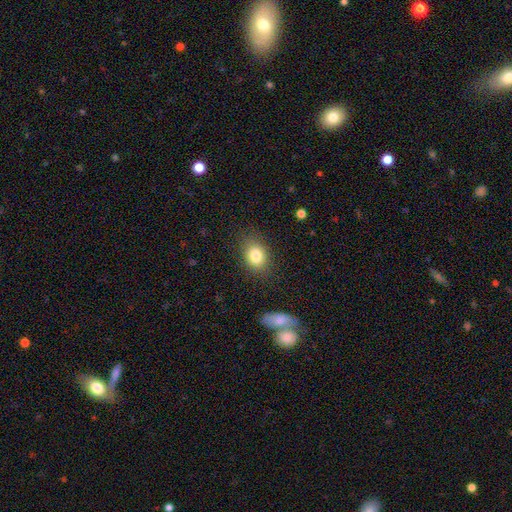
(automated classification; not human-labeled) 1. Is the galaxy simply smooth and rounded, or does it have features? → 82% smooth, 9% star or artifact, 9% featured or disk.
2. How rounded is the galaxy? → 66% in between, 33% round, 1% cigar-shaped.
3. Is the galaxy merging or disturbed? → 81% none, 13% minor disturbance, 4% major disturbance, 2% merger.